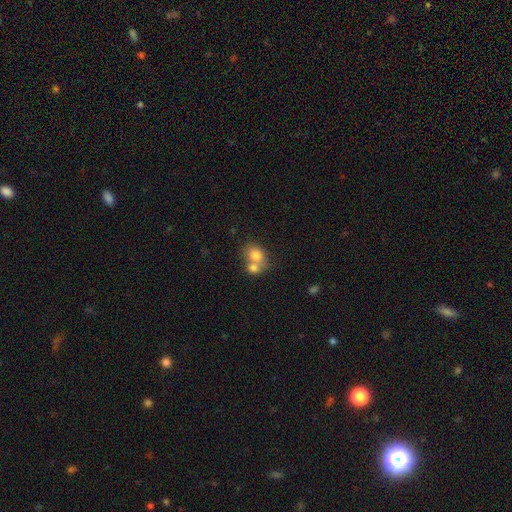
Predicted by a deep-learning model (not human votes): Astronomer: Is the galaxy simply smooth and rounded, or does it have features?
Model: smooth — 76%.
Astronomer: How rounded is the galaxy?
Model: round — 55% (runner-up: in between, 44%).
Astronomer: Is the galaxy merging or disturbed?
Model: merger — 61%.